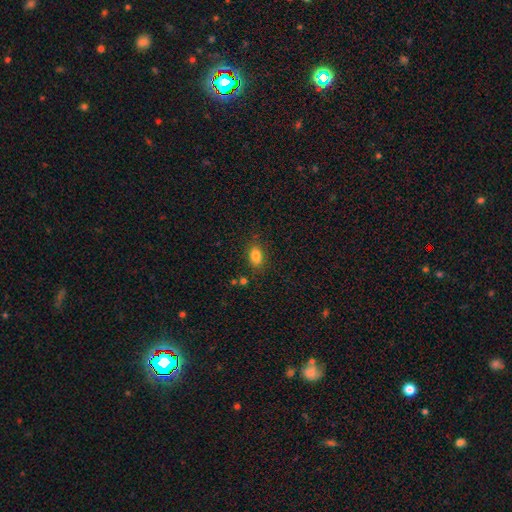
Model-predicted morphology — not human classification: A smooth galaxy with no disk features (83%) that is in between round and cigar-shaped (82%).

Vote fractions:
- Smooth or featured? smooth: 83% / star or artifact: 10% / featured or disk: 7%
- How rounded? in between: 82% / round: 16% / cigar-shaped: 2%
- Merging? none: 81% / minor disturbance: 13% / major disturbance: 3% / merger: 3%